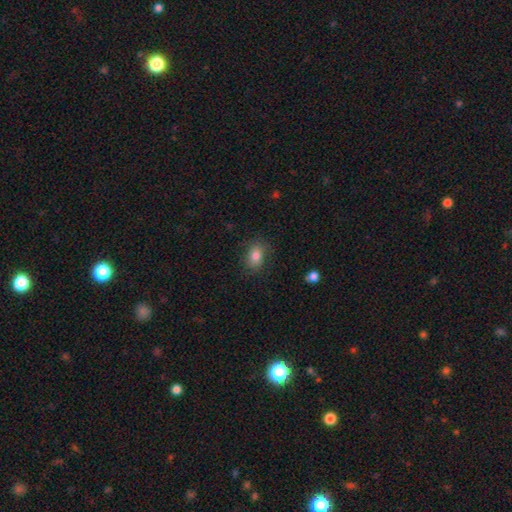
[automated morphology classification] Smooth or featured? Predicted: smooth (p=0.81). How rounded? Predicted: in between (p=0.73). Merging? Predicted: none (p=0.82).